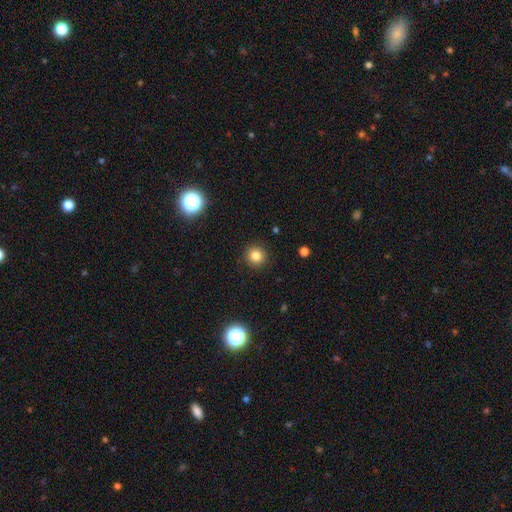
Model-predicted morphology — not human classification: Smooth or featured: smooth — 82% (star or artifact — 13%)
How rounded: round — 93% (in between — 6%)
Merging: none — 91% (minor disturbance — 6%)